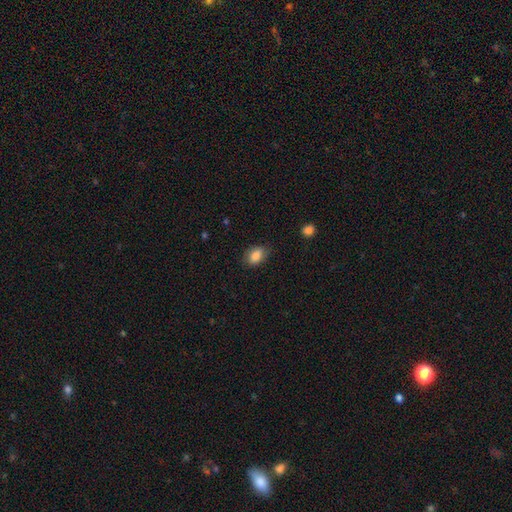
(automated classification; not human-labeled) A smooth galaxy with no disk features (86%) that is in between round and cigar-shaped (82%). Merging: none (78%).